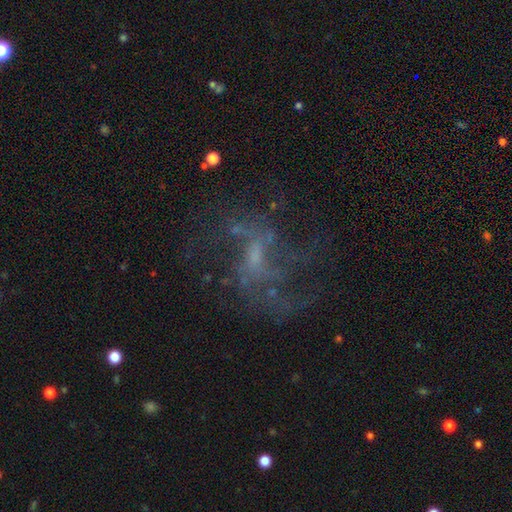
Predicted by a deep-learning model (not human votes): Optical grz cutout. It shows a featured or disk galaxy (70%) with no bar (49%), 2 (39%) loose (66%) spiral arms (74%) and a small central bulge (47%). Merging: none (54%).